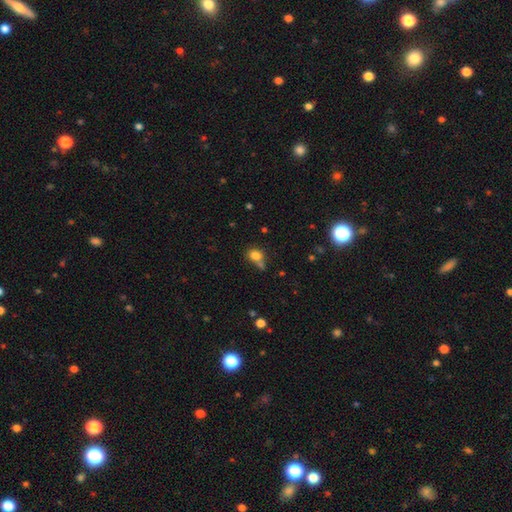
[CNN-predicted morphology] smooth 79%, star or artifact 13%, featured or disk 8%. Down the decision tree: how rounded — round (61%); merging — none (50%).